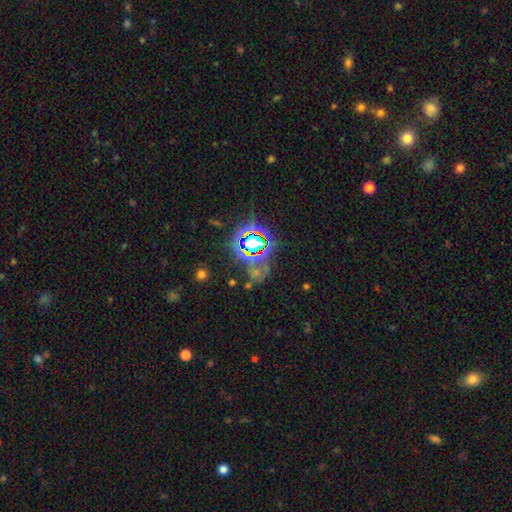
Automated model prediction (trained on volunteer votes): smooth-or-featured: star or artifact: 80% | smooth: 12% | featured or disk: 9%